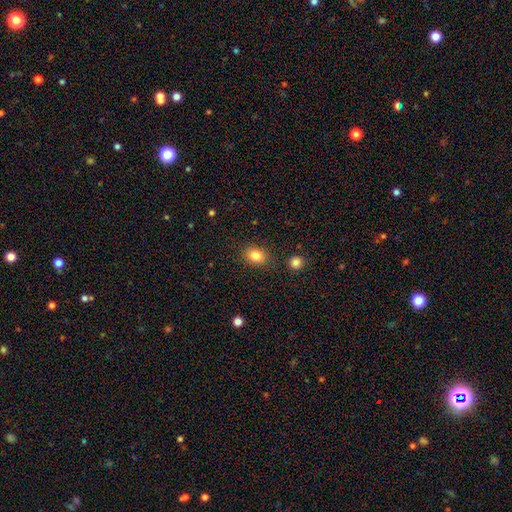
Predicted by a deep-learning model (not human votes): Overall: smooth (83%). How rounded: in between (53%; round 46%). Merging: none (84%).